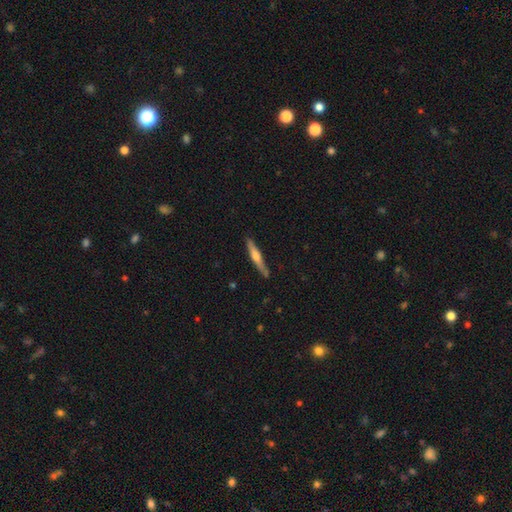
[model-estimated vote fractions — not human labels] Smooth or featured? featured or disk (52%)
Edge-on disk? yes (95%)
Merging? none (83%)